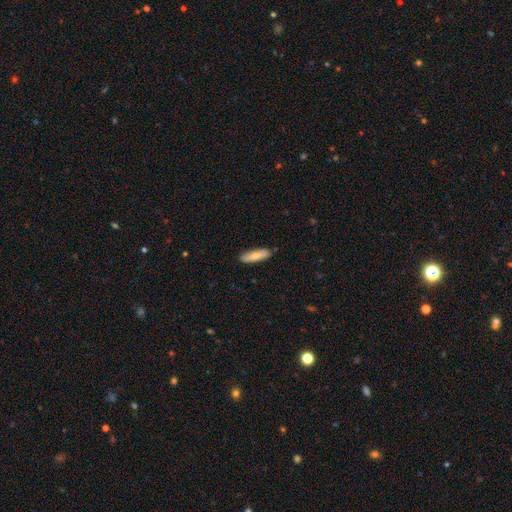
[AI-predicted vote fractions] This appears to be a smooth galaxy with no disk features (71%) that is cigar-shaped (63%). Merging: none (88%).